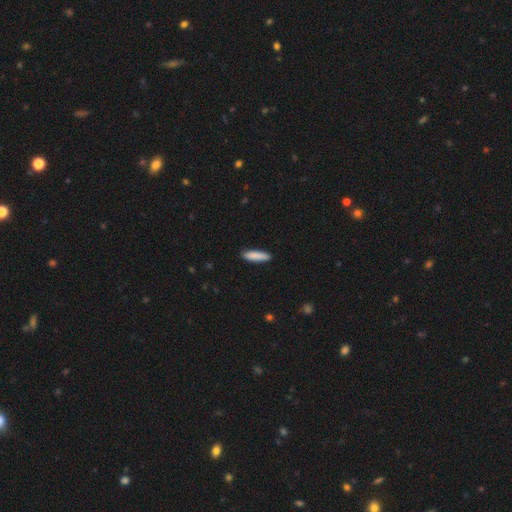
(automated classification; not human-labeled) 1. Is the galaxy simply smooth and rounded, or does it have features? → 88% smooth, 6% featured or disk, 6% star or artifact.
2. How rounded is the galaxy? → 73% cigar-shaped, 26% in between, 1% round.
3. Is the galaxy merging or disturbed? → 89% none, 8% minor disturbance, 1% major disturbance, 1% merger.